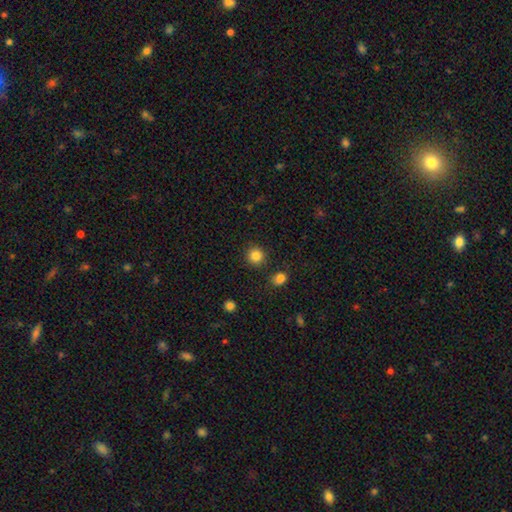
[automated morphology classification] A smooth galaxy with no disk features (85%) that is round (93%). Merging: none (89%).